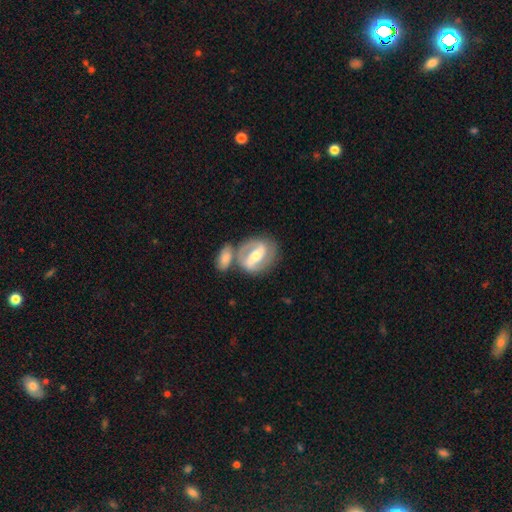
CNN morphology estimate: A featured or disk galaxy (80%) with a strong bar (65%), 2 (82%) medium (44%) spiral arms (83%) and a moderate central bulge (66%). Merging: none (53%).